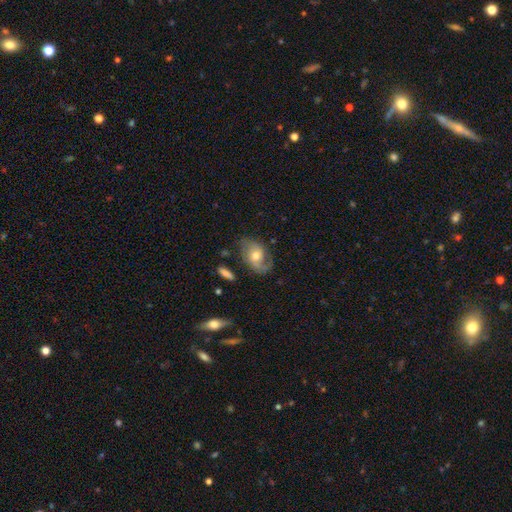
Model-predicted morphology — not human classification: A featured or disk galaxy (62%) with no bar (64%), spiral arms (85%) and a moderate central bulge (66%). Merging: none (62%).